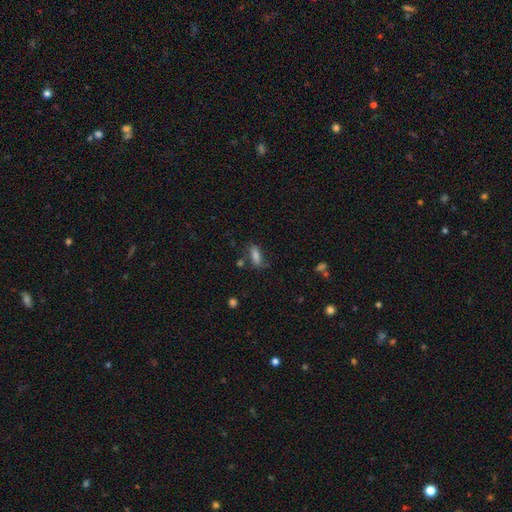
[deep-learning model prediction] Smooth or featured?
  - smooth: 75% *
  - featured or disk: 15%
  - star or artifact: 9%
How rounded?
  - in between: 71% *
  - cigar-shaped: 25%
  - round: 4%
Merging?
  - none: 62% *
  - minor disturbance: 23%
  - major disturbance: 9%
  - merger: 6%